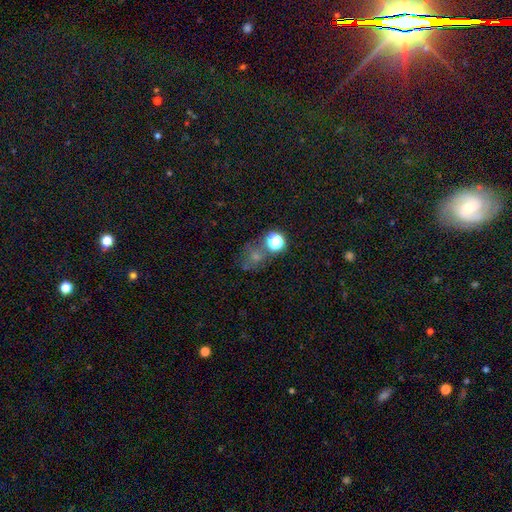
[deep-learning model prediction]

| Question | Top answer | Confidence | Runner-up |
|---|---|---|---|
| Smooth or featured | smooth | 51% | star or artifact (32%) |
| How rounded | round | 71% | in between (28%) |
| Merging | none | 52% | merger (22%) |